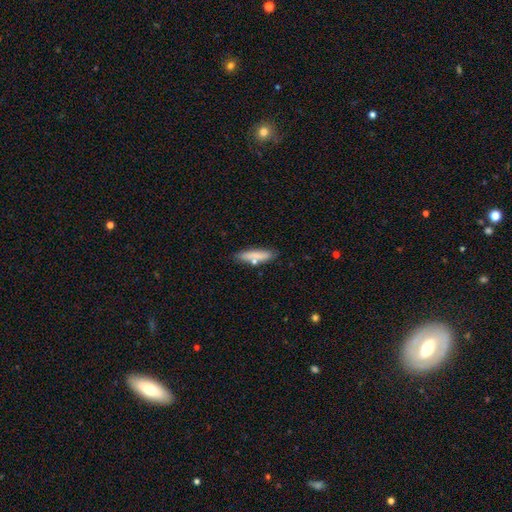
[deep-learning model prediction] A smooth galaxy with no disk features (76%) that is cigar-shaped (77%). Merging: none (73%).